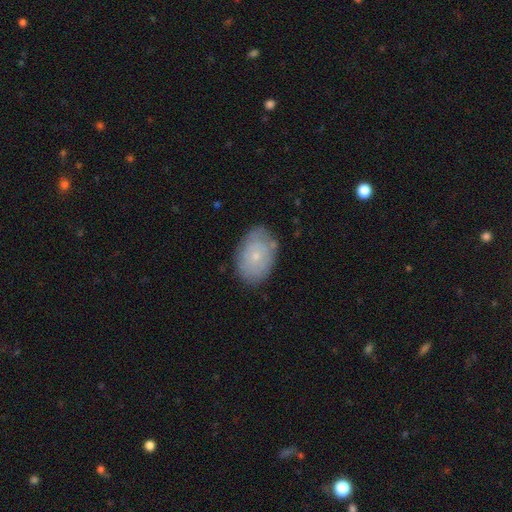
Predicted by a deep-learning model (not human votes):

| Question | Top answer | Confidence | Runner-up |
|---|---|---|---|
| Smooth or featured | smooth | 58% | featured or disk (35%) |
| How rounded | in between | 84% | round (15%) |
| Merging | none | 75% | minor disturbance (19%) |